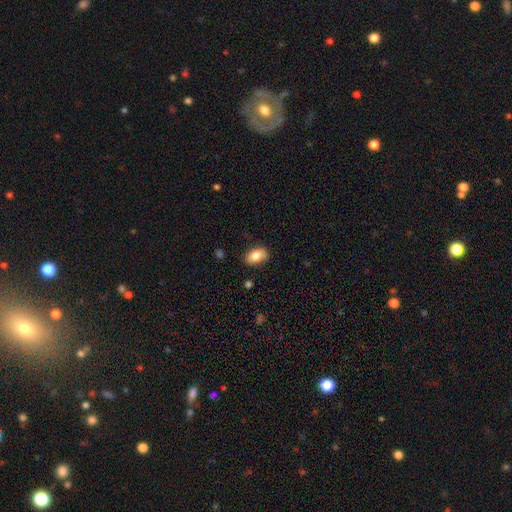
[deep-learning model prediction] Morphology: type=smooth (82%); roundness=in between (90%); merging=none (80%).